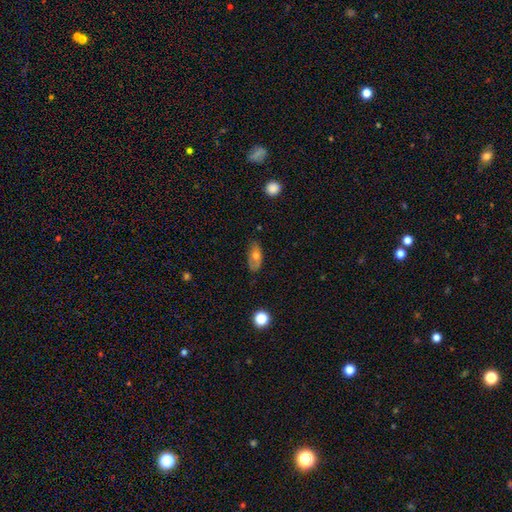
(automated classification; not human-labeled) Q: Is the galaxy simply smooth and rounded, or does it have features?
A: smooth — 62%.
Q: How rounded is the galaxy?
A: in between — 86%.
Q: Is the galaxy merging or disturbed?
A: none — 67%.